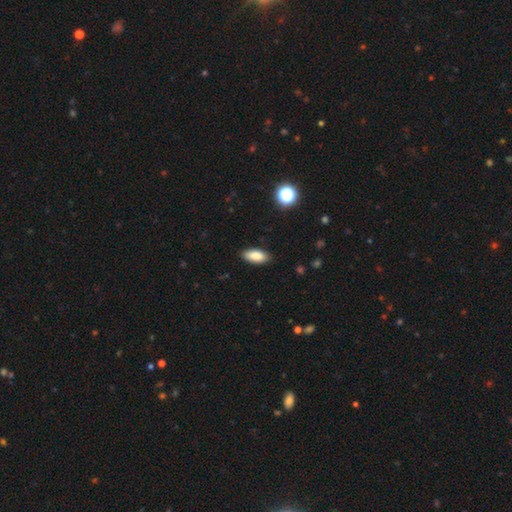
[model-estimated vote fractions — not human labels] smooth 87%, star or artifact 7%, featured or disk 6%. Down the decision tree: how rounded — in between (88%); merging — none (88%).